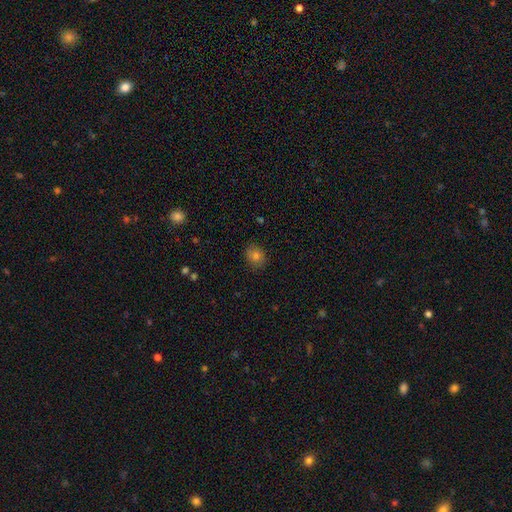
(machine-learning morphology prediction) Q: Smooth or featured?
A: smooth (73%); runner-up: star or artifact (16%)
Q: How rounded?
A: round (58%); runner-up: in between (41%)
Q: Merging?
A: none (85%); runner-up: minor disturbance (12%)